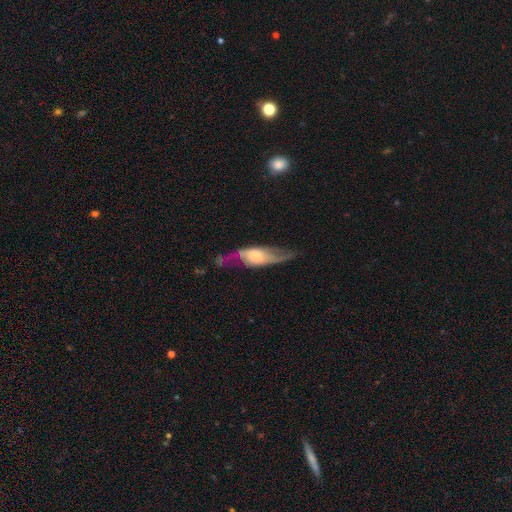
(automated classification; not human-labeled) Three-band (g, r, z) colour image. It shows a featured or disk galaxy (70%). Merging: none (61%).